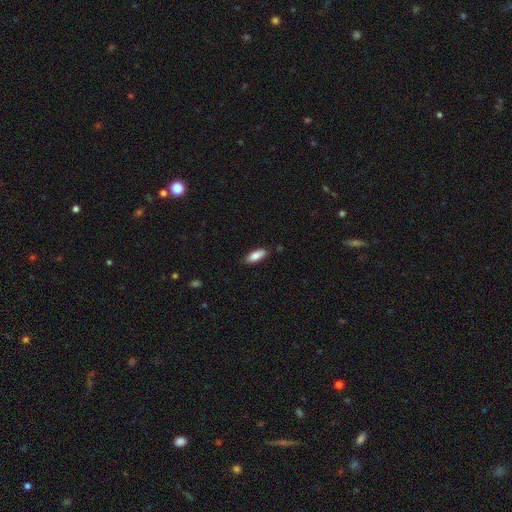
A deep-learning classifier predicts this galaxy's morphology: smooth-or-featured: smooth: 83% | featured or disk: 11% | star or artifact: 6%
  how-rounded: in between: 67% | cigar-shaped: 31% | round: 2%
  merging: none: 83% | minor disturbance: 13% | major disturbance: 2% | merger: 1%